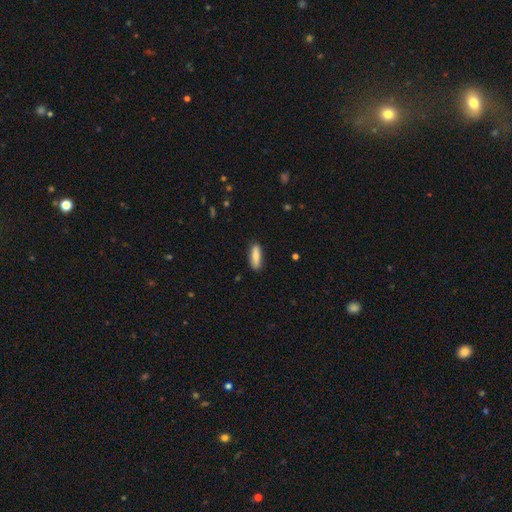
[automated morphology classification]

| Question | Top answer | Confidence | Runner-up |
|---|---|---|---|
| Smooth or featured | smooth | 73% | featured or disk (20%) |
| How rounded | cigar-shaped | 50% | in between (47%) |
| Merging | none | 84% | minor disturbance (12%) |